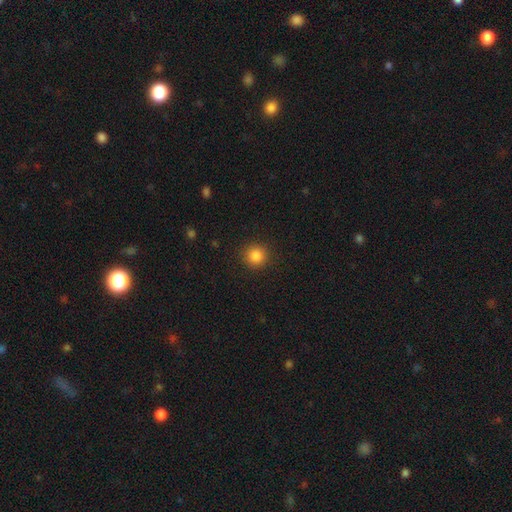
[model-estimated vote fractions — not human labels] smooth 85%, star or artifact 11%, featured or disk 4%. Down the decision tree: how rounded — round (93%); merging — none (91%).